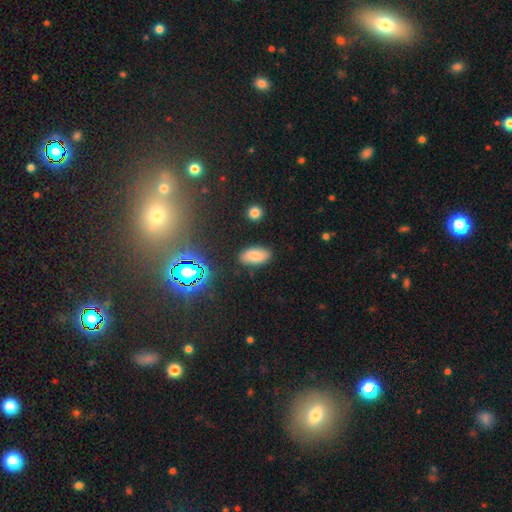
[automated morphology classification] This is likely a smooth galaxy (79%). How rounded: clearly in between (93%). Merging: clearly none (84%).